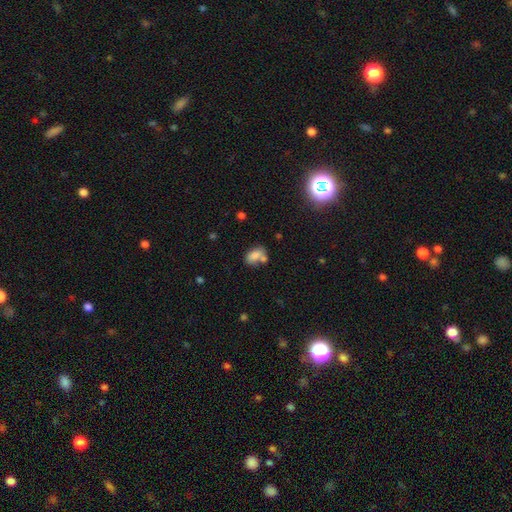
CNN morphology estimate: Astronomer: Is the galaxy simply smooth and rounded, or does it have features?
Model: smooth — 78%.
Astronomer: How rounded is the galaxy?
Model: in between — 85%.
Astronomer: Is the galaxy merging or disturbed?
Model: none — 45% (runner-up: merger, 32%).